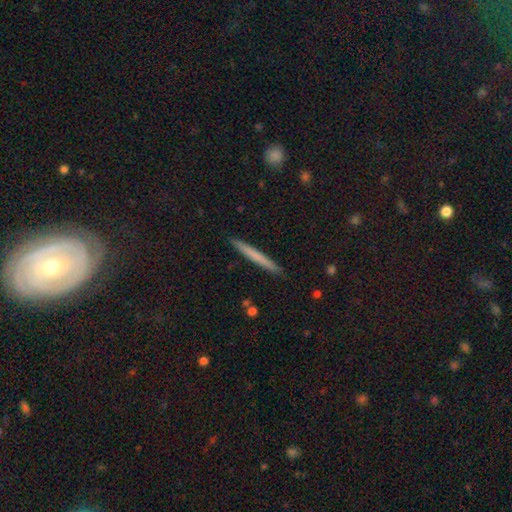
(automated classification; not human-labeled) This is likely a smooth galaxy (64%). How rounded: clearly cigar-shaped (97%). Merging: clearly none (91%).